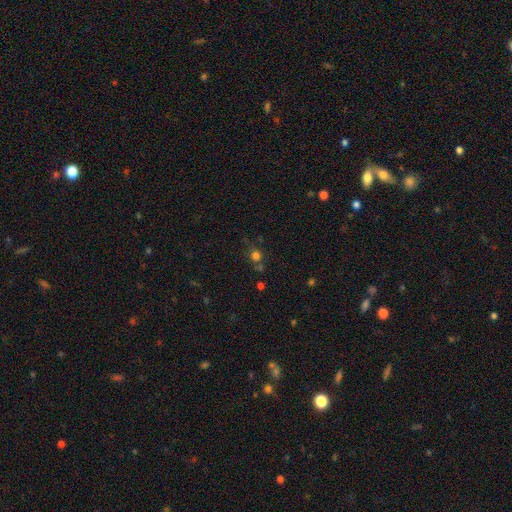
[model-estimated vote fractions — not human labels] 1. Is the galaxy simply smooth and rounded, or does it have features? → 63% smooth, 28% star or artifact, 9% featured or disk.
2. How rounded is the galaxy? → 86% round, 13% in between, 1% cigar-shaped.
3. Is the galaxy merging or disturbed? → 66% none, 14% minor disturbance, 12% merger, 7% major disturbance.